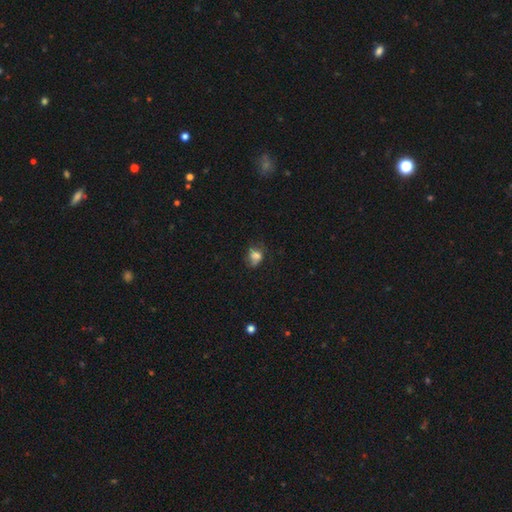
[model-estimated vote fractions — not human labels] Smooth or featured: smooth — 69% (featured or disk — 19%)
How rounded: in between — 57% (round — 41%)
Merging: none — 43% (minor disturbance — 31%)